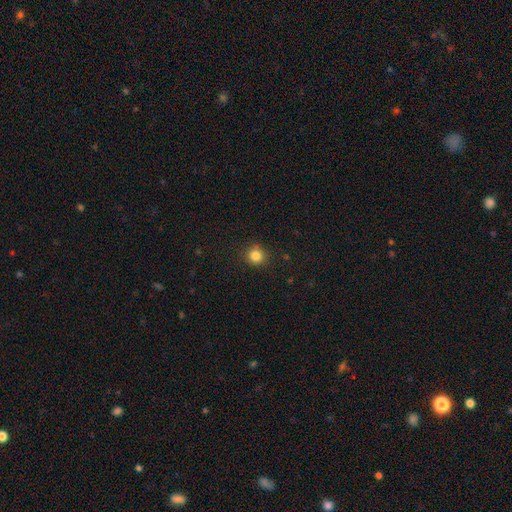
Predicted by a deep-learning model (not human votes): Smooth or featured?
  - smooth: 83% *
  - star or artifact: 12%
  - featured or disk: 5%
How rounded?
  - round: 91% *
  - in between: 8%
  - cigar-shaped: 1%
Merging?
  - none: 87% *
  - minor disturbance: 8%
  - major disturbance: 2%
  - merger: 2%